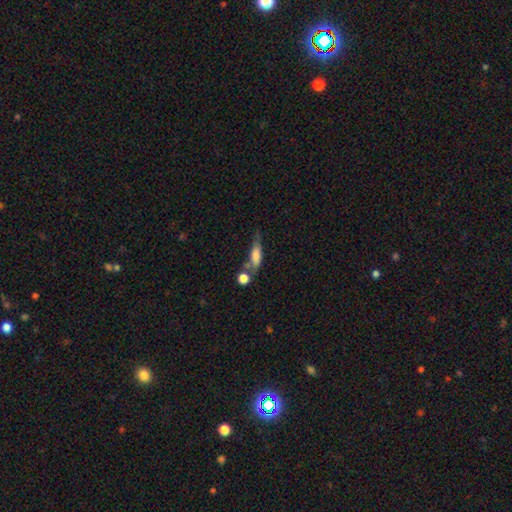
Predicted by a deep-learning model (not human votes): A smooth galaxy with no disk features (67%) that is in between round and cigar-shaped (48%).

Vote fractions:
- Smooth or featured? smooth: 67% / featured or disk: 24% / star or artifact: 8%
- How rounded? in between: 48% / cigar-shaped: 47% / round: 5%
- Merging? none: 43% / merger: 24% / minor disturbance: 21% / major disturbance: 11%